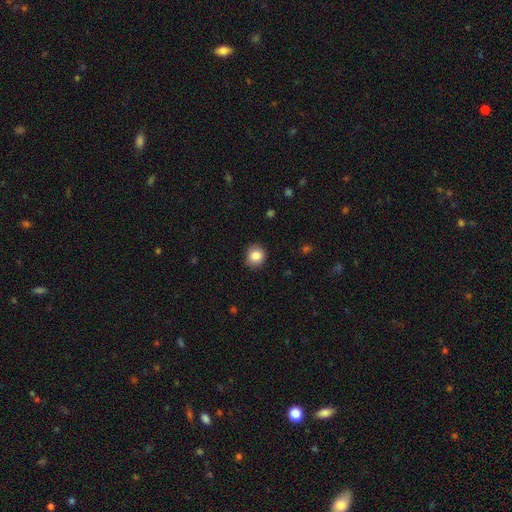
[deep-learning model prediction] Overall: smooth (86%). How rounded: round (85%). Merging: none (84%).